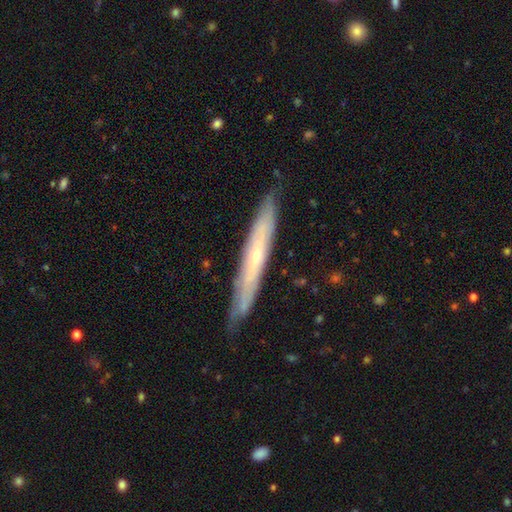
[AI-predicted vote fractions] This appears to be a featured or disk galaxy (66%) viewed edge-on (78%) with a rounded central bulge (55%). Merging: none (82%).